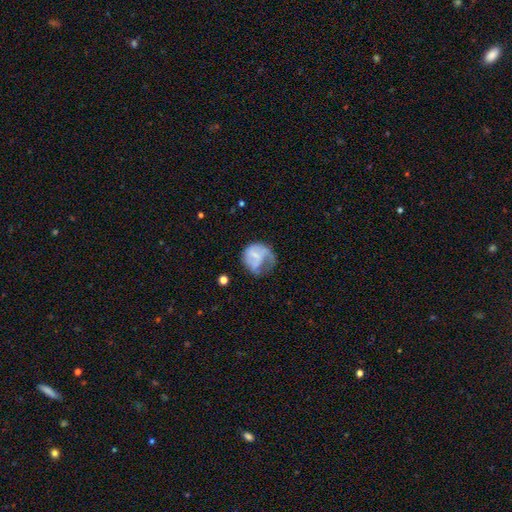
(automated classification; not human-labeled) Q: Smooth or featured?
A: featured or disk (46%); tied with: smooth (46%)
Q: Merging?
A: major disturbance (44%); runner-up: minor disturbance (27%)